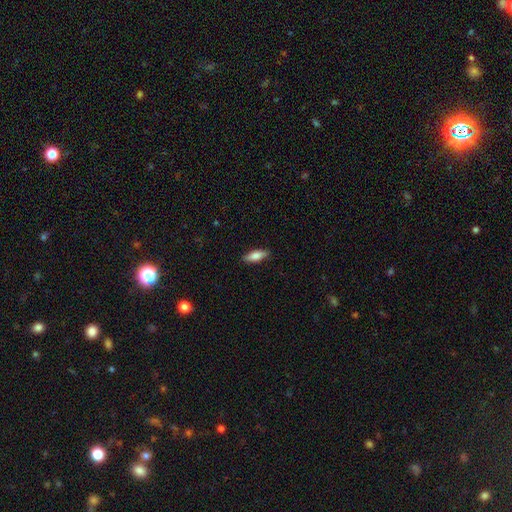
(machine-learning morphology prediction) The model was most divided on "how rounded": in between: 64%, cigar-shaped: 34%, round: 2%. More confident: merging — none (88%); smooth or featured — smooth (79%).